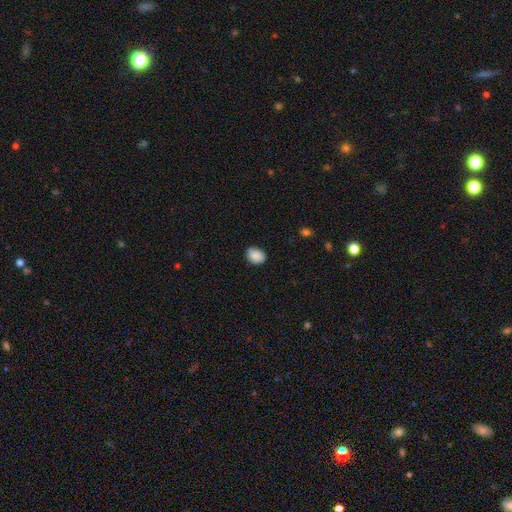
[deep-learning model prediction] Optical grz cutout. It shows a smooth galaxy with no disk features (88%) that is in between round and cigar-shaped (56%). Merging: none (78%).